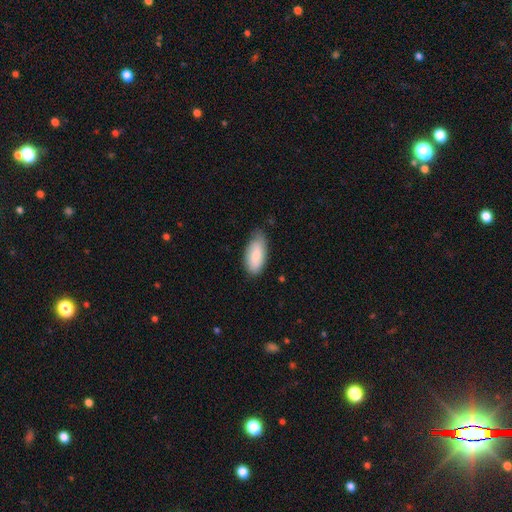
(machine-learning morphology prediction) A smooth galaxy with no disk features (81%) that is in between round and cigar-shaped (90%).

Vote fractions:
- Smooth or featured? smooth: 81% / featured or disk: 13% / star or artifact: 6%
- How rounded? in between: 90% / cigar-shaped: 8% / round: 2%
- Merging? none: 66% / minor disturbance: 28% / major disturbance: 5% / merger: 1%